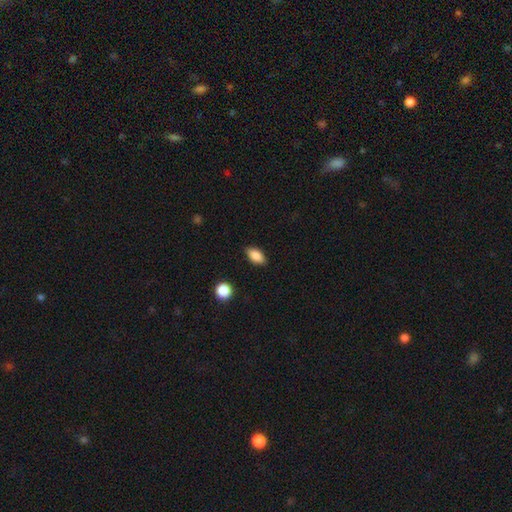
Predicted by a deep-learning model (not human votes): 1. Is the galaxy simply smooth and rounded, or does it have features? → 86% smooth, 8% star or artifact, 6% featured or disk.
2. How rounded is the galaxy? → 90% in between, 5% cigar-shaped, 5% round.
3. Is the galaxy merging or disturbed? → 85% none, 11% minor disturbance, 2% major disturbance, 1% merger.